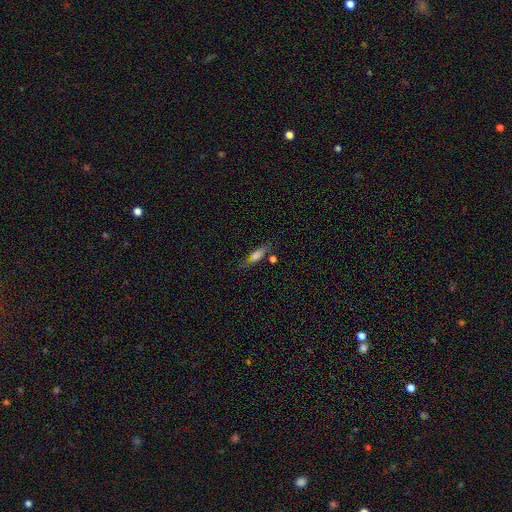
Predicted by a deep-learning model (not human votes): Smooth or featured? Predicted: smooth (p=0.63). How rounded? Predicted: cigar-shaped (p=0.61). Merging? Predicted: none (p=0.71).